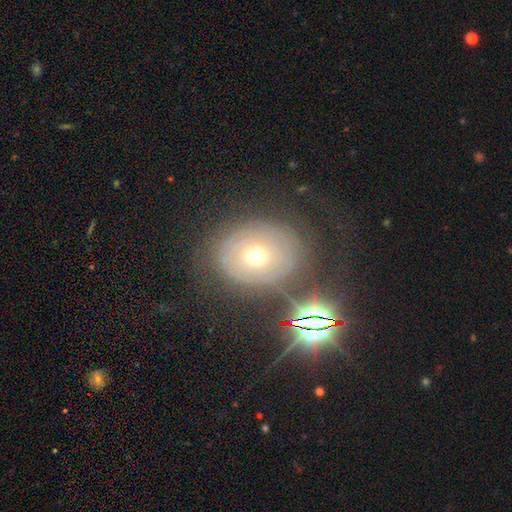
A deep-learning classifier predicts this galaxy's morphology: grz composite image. It shows a featured or disk galaxy (53%). Merging: none (73%).